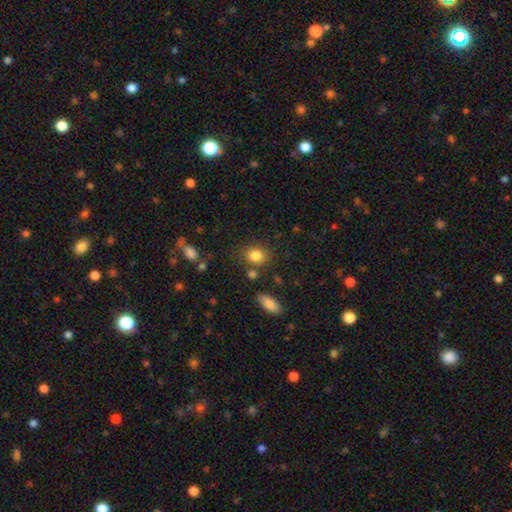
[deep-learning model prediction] smooth 83%, star or artifact 10%, featured or disk 7%. Down the decision tree: how rounded — in between (54%); merging — none (75%).